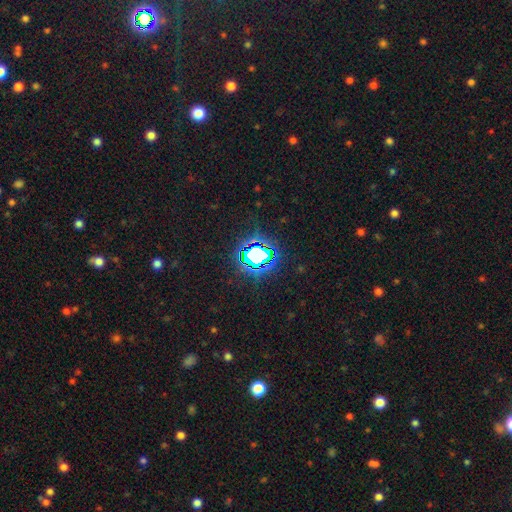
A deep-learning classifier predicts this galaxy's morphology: This is likely a star or artifact rather than a galaxy (77%).